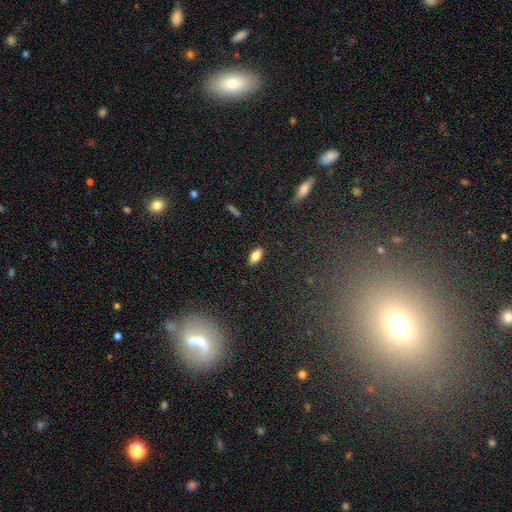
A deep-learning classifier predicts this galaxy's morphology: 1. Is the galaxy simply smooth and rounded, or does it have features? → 80% smooth, 11% featured or disk, 8% star or artifact.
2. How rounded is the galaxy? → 88% in between, 10% cigar-shaped, 3% round.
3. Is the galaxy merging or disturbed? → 88% none, 8% minor disturbance, 2% major disturbance, 1% merger.